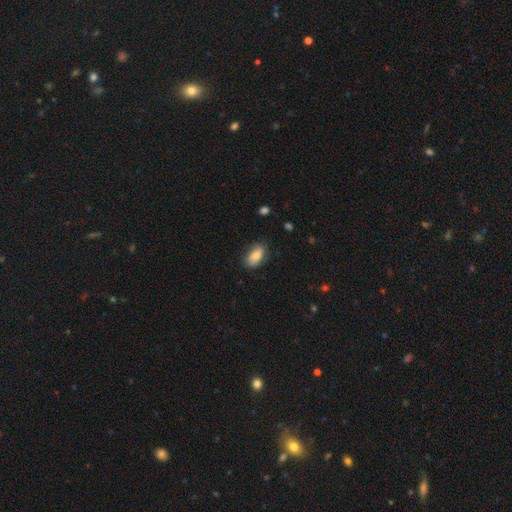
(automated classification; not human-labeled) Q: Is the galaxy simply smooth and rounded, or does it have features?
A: smooth — 84%.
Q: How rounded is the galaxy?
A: in between — 91%.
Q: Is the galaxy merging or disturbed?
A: none — 73%.